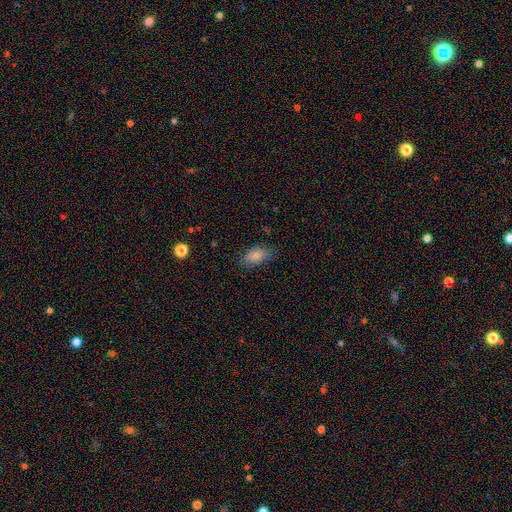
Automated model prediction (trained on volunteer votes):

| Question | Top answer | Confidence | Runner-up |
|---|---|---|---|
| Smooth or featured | smooth | 84% | star or artifact (8%) |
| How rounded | in between | 91% | round (5%) |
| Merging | none | 81% | minor disturbance (14%) |